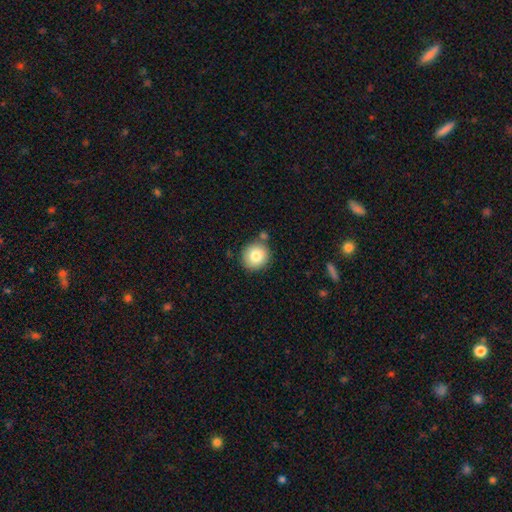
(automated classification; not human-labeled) Smooth or featured? Predicted: smooth (p=0.82). How rounded? Predicted: round (p=0.89). Merging? Predicted: none (p=0.78).